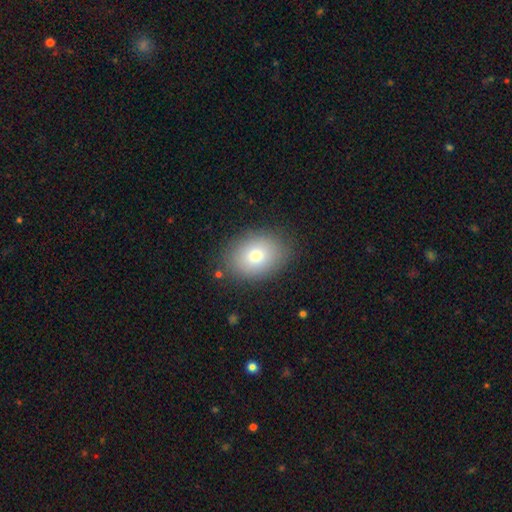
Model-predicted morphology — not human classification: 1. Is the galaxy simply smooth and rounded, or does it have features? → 79% smooth, 12% featured or disk, 9% star or artifact.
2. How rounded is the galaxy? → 71% in between, 28% round, 1% cigar-shaped.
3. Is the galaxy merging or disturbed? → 84% none, 11% minor disturbance, 3% major disturbance, 2% merger.